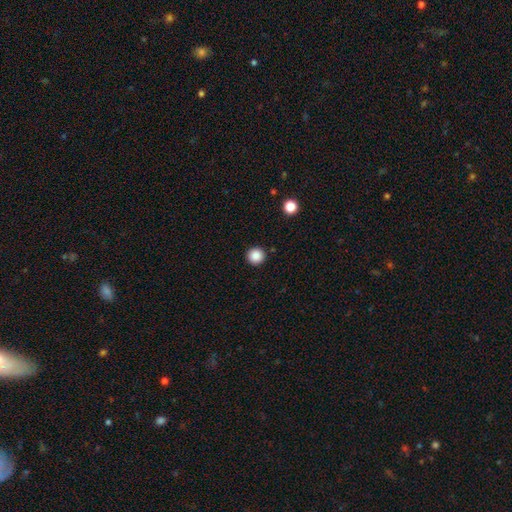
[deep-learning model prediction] Smooth or featured? Predicted: smooth (p=0.87). How rounded? Predicted: round (p=0.96). Merging? Predicted: none (p=0.93).